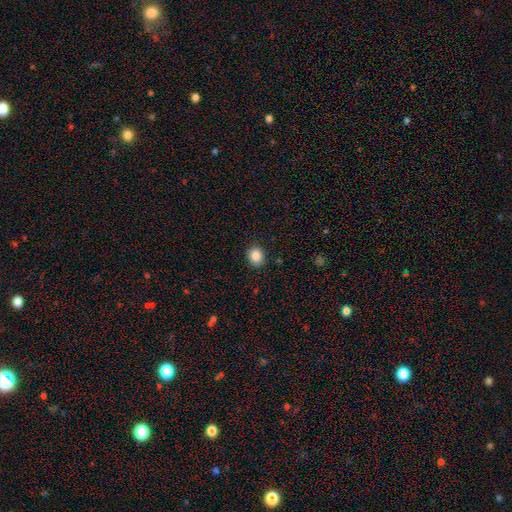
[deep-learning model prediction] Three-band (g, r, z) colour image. It shows a smooth galaxy with no disk features (87%) that is round (72%). Merging: none (89%).